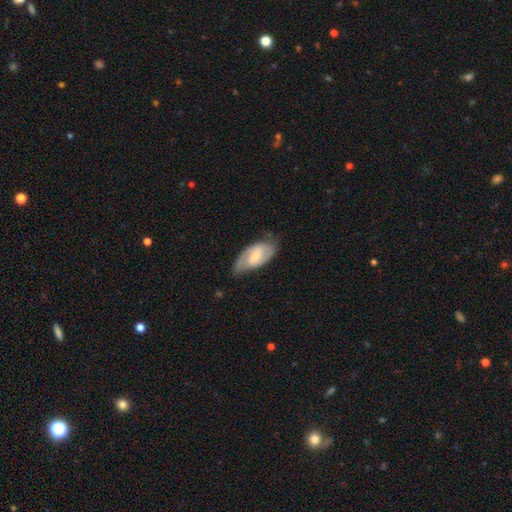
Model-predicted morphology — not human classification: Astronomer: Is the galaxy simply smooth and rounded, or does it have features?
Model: featured or disk — 71%.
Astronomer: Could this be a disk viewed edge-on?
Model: no — 94%.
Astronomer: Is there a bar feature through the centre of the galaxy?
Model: weak — 51% (runner-up: no, 28%).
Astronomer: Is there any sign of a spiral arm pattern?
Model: yes — 90%.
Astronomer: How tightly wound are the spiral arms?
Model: medium — 46% (runner-up: tight, 35%).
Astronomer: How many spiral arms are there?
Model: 2 — 80%.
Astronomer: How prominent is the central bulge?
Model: moderate — 48% (runner-up: small, 45%).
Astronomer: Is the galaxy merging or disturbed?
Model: none — 68%.